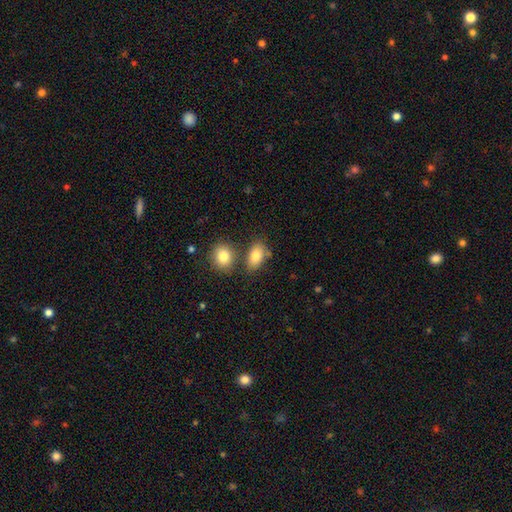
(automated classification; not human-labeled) The model was most divided on "merging": none: 62%, merger: 21%, minor disturbance: 13%, major disturbance: 4%. More confident: how rounded — in between (87%); smooth or featured — smooth (83%).